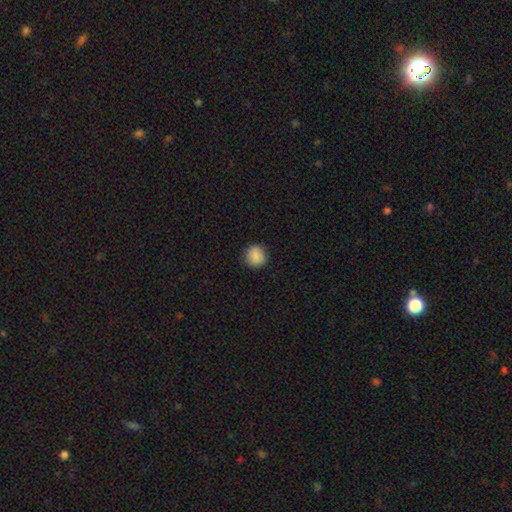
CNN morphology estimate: The model was most divided on "smooth or featured": smooth: 87%, star or artifact: 9%, featured or disk: 4%. More confident: how rounded — round (91%); merging — none (89%).